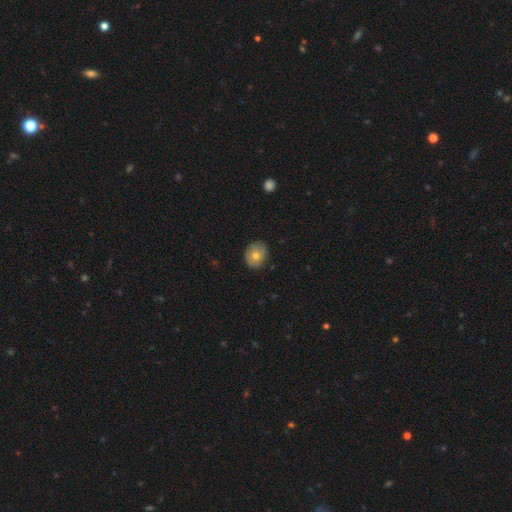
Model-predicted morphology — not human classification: Smooth or featured: smooth — 72% (featured or disk — 19%)
How rounded: round — 63% (in between — 37%)
Merging: none — 80% (minor disturbance — 16%)